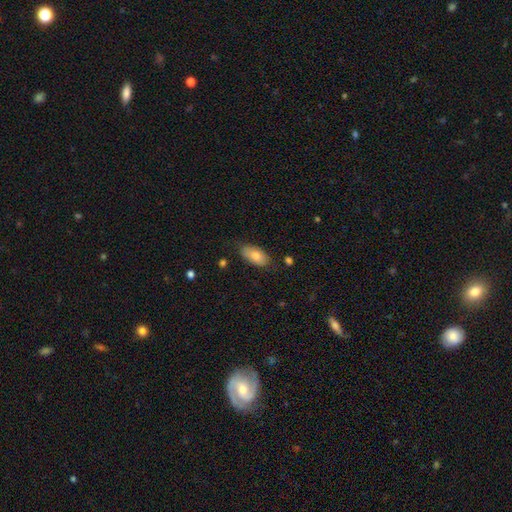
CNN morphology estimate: type=smooth (80%); roundness=in between (92%); merging=none (73%).